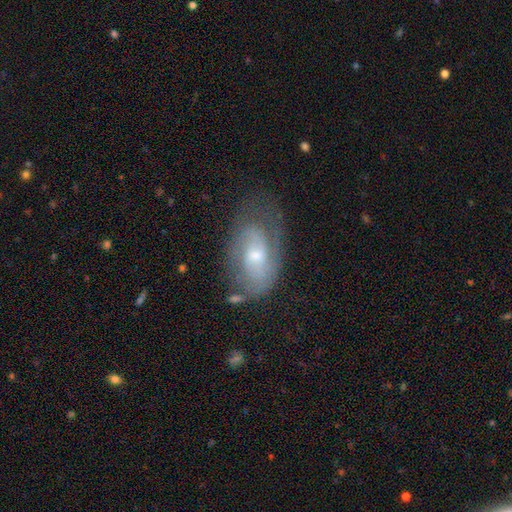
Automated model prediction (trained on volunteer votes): Smooth or featured: featured or disk — 70% (smooth — 22%)
Edge-on disk: no — 94% (yes — 6%)
Bar: no — 50% (weak — 42%)
Spiral arms: yes — 85% (no — 15%)
Spiral winding: medium — 41% (tight — 39%)
Spiral arm count: 2 — 53% (can't tell — 28%)
Bulge size: moderate — 47% (tied with small — 47%)
Merging: none — 58% (minor disturbance — 26%)